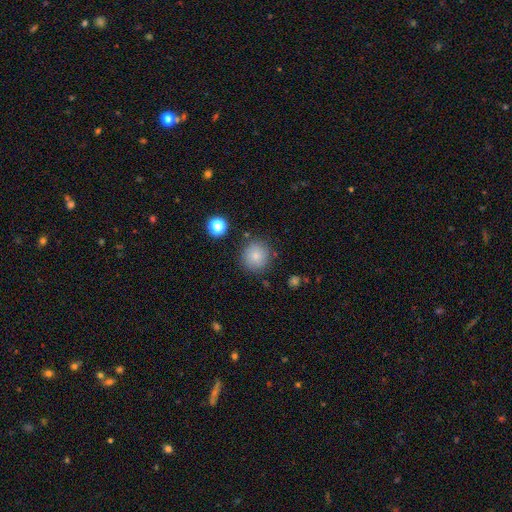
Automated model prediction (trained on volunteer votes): Morphology: type=smooth (81%); roundness=round (93%); merging=none (83%).